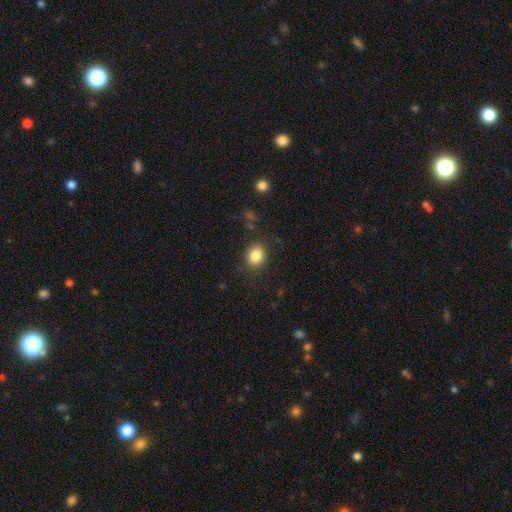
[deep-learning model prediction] Smooth or featured? Predicted: smooth (p=0.84). How rounded? Predicted: round (p=0.62). Merging? Predicted: none (p=0.84).